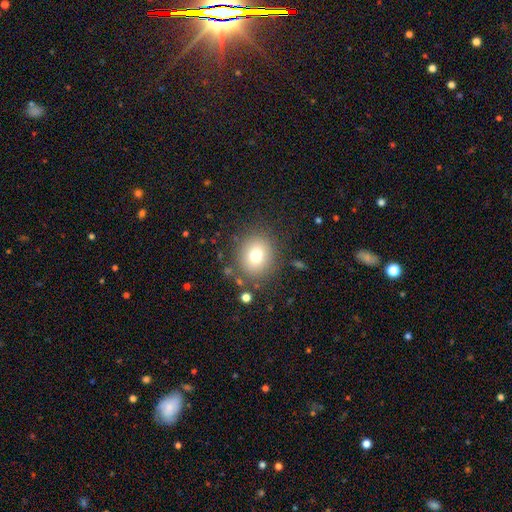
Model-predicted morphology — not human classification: Q: Smooth or featured?
A: smooth (75%); runner-up: star or artifact (13%)
Q: How rounded?
A: round (79%); runner-up: in between (20%)
Q: Merging?
A: none (83%); runner-up: minor disturbance (10%)